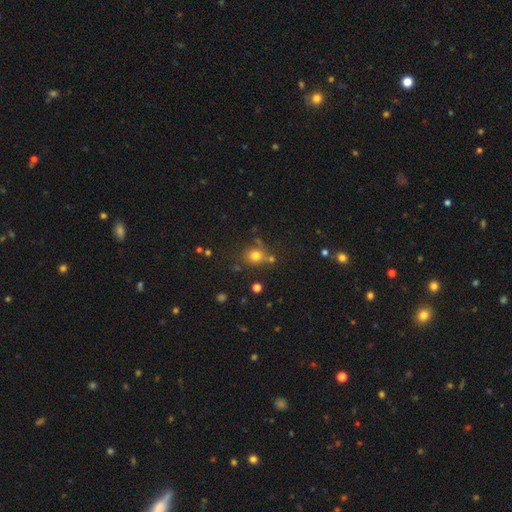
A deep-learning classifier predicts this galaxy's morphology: A smooth galaxy with no disk features (74%) that is round (81%). Merging: none (66%).